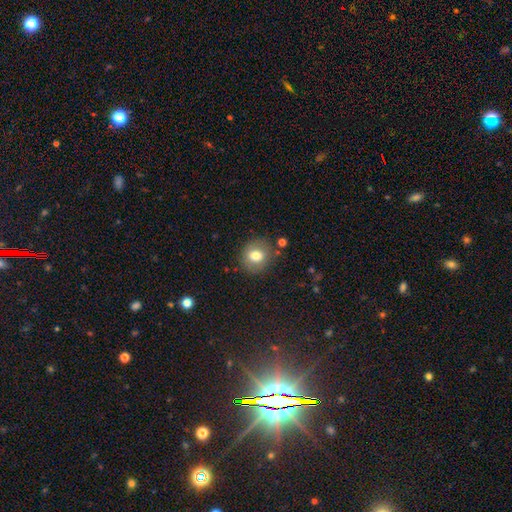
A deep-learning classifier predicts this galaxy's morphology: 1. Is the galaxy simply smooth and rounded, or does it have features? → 74% smooth, 16% featured or disk, 10% star or artifact.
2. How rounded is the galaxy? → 79% round, 20% in between, 1% cigar-shaped.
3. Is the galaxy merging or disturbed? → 80% none, 13% minor disturbance, 4% major disturbance, 3% merger.